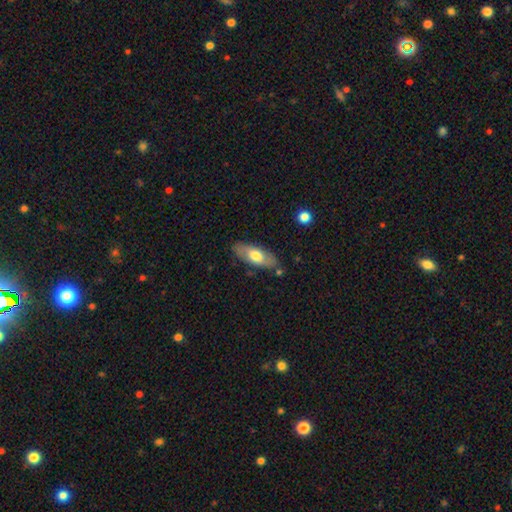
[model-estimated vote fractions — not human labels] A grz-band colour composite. It shows a smooth galaxy with no disk features (61%) that is in between round and cigar-shaped (77%). Merging: none (80%).